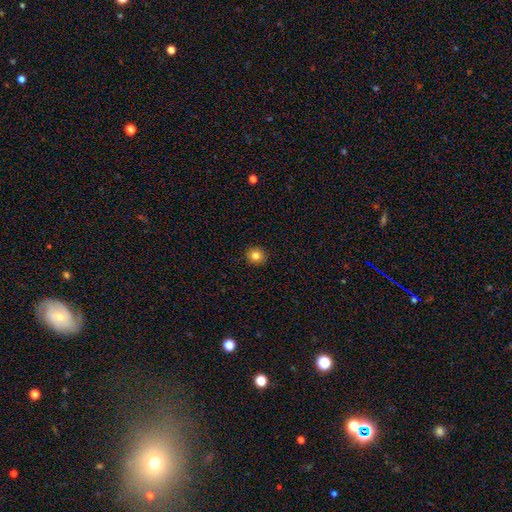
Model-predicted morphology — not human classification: This is clearly a smooth galaxy (81%). How rounded: clearly round (90%). Merging: clearly none (92%).